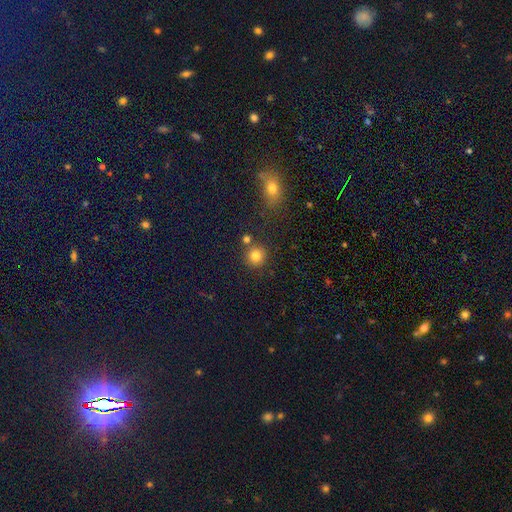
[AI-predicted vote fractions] This is clearly a smooth galaxy (81%). How rounded: clearly round (91%). Merging: likely none (79%).